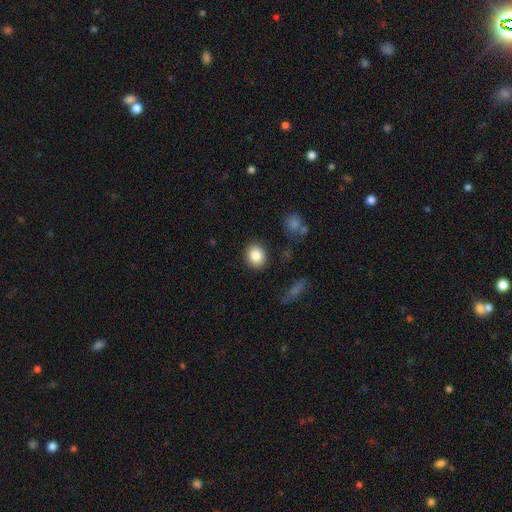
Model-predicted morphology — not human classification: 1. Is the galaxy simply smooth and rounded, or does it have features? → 84% smooth, 9% star or artifact, 7% featured or disk.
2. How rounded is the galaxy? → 71% round, 28% in between, 1% cigar-shaped.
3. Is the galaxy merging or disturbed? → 88% none, 8% minor disturbance, 2% major disturbance, 2% merger.